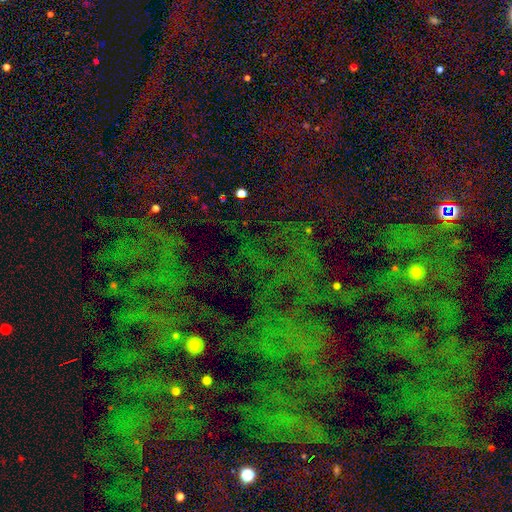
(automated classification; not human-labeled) star or artifact 79%, smooth 12%, featured or disk 9%.